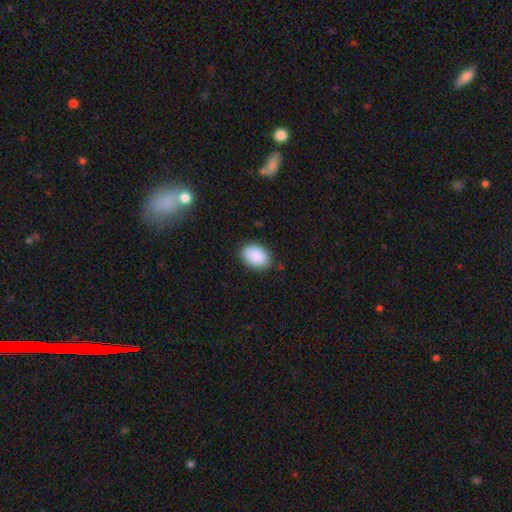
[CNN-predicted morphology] Smooth or featured: smooth — 90% (star or artifact — 7%)
How rounded: in between — 82% (round — 17%)
Merging: none — 83% (minor disturbance — 13%)